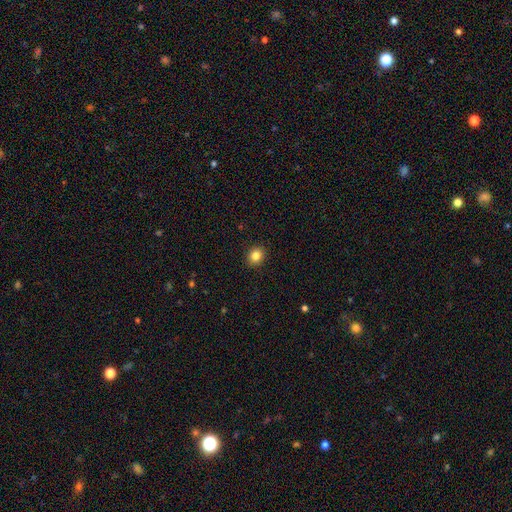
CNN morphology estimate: This is clearly a smooth galaxy (84%). How rounded: likely round (68%). Merging: clearly none (91%).